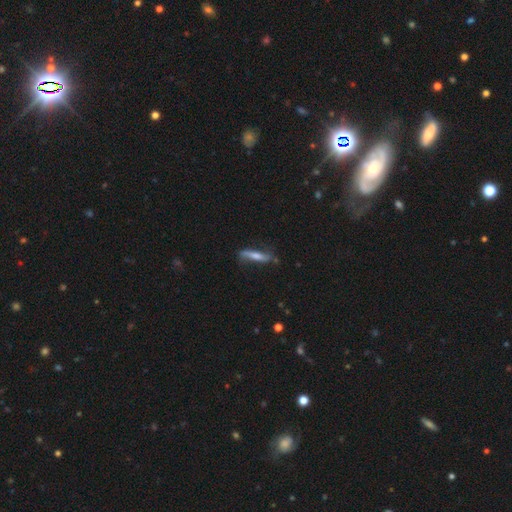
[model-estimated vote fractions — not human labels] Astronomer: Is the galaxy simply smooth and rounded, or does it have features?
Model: smooth — 49% (runner-up: featured or disk, 44%).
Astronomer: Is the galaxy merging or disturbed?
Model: none — 63%.